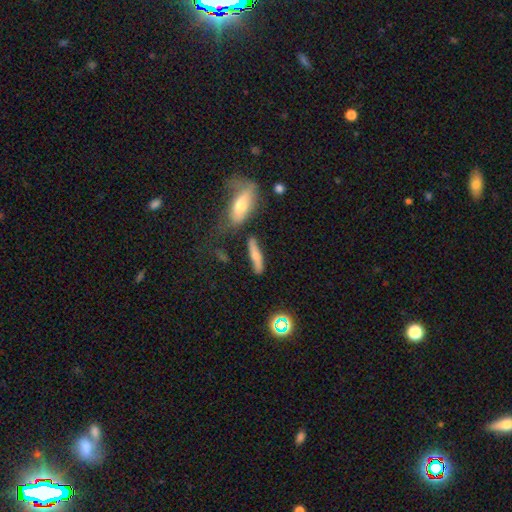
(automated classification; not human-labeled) This appears to be a smooth galaxy with no disk features (60%) that is cigar-shaped (78%). Merging: none (71%).